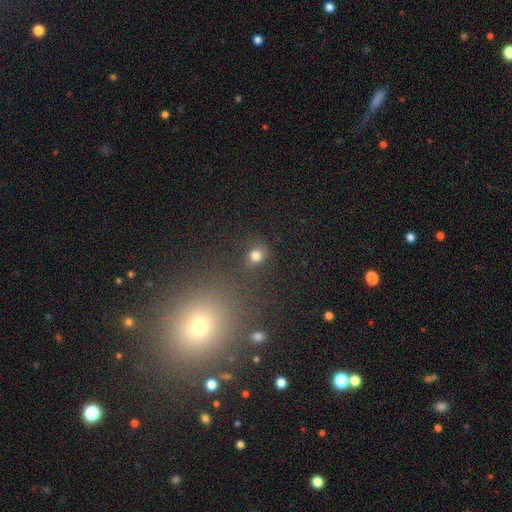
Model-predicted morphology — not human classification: Smooth or featured? smooth (77%)
How rounded? round (75%)
Merging? none (74%)